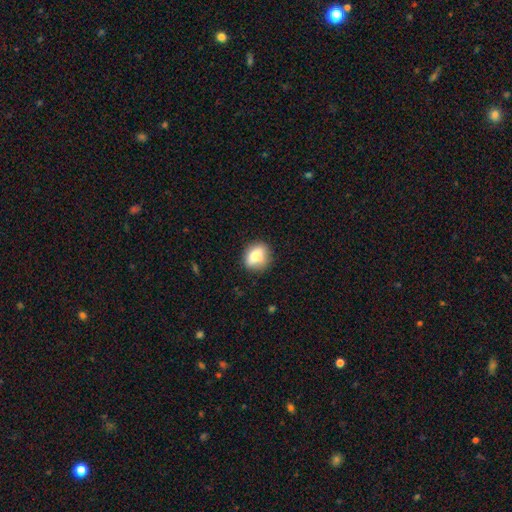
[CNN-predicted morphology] A smooth galaxy with no disk features (78%) that is round (59%).

Vote fractions:
- Smooth or featured? smooth: 78% / featured or disk: 14% / star or artifact: 8%
- How rounded? round: 59% / in between: 39% / cigar-shaped: 2%
- Merging? none: 82% / minor disturbance: 14% / major disturbance: 3% / merger: 1%